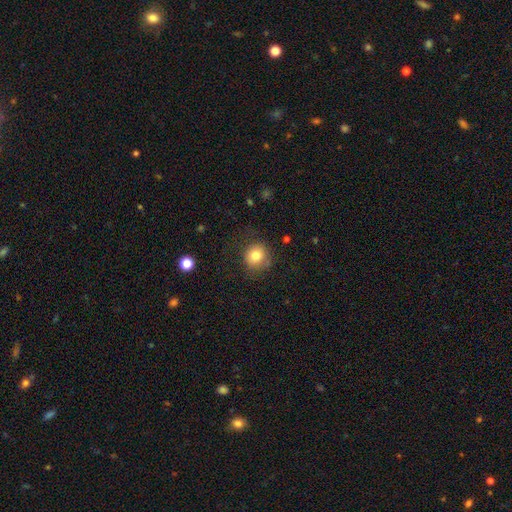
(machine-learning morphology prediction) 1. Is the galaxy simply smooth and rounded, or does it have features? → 80% smooth, 11% star or artifact, 9% featured or disk.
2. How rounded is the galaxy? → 88% round, 12% in between, 1% cigar-shaped.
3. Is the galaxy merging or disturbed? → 77% none, 15% minor disturbance, 6% major disturbance, 2% merger.